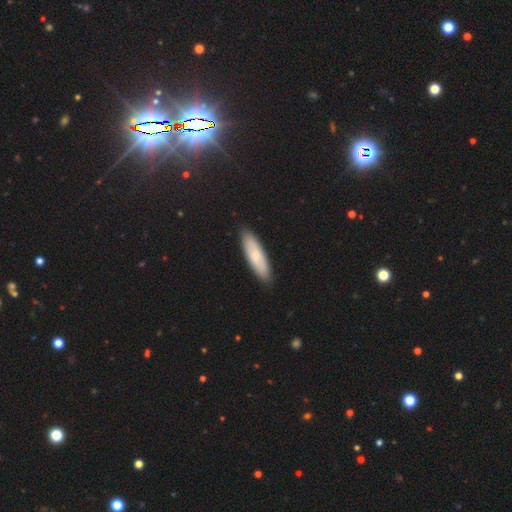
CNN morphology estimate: Smooth or featured: smooth — 77% (featured or disk — 18%)
How rounded: cigar-shaped — 62% (in between — 36%)
Merging: none — 89% (minor disturbance — 8%)